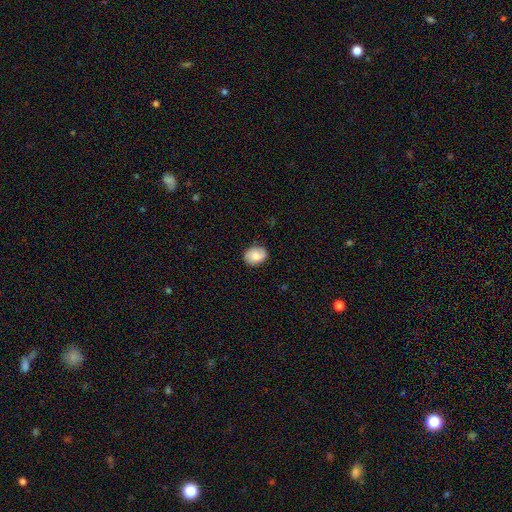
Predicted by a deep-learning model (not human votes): A smooth galaxy with no disk features (79%) that is in between round and cigar-shaped (58%).

Vote fractions:
- Smooth or featured? smooth: 79% / featured or disk: 13% / star or artifact: 8%
- How rounded? in between: 58% / round: 41% / cigar-shaped: 1%
- Merging? none: 83% / minor disturbance: 13% / major disturbance: 3% / merger: 1%